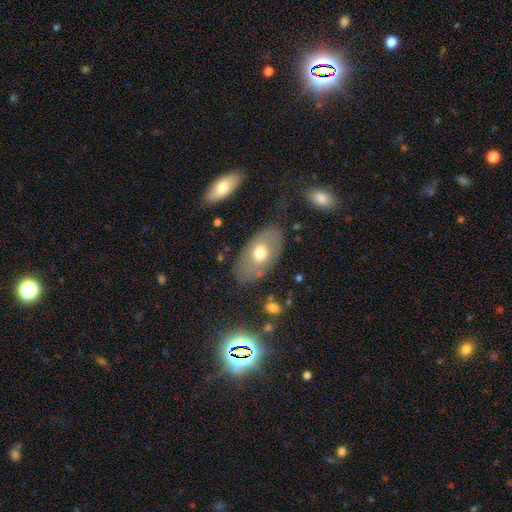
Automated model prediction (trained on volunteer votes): Smooth or featured: featured or disk — 42% (smooth — 36%)
Merging: none — 80% (minor disturbance — 12%)